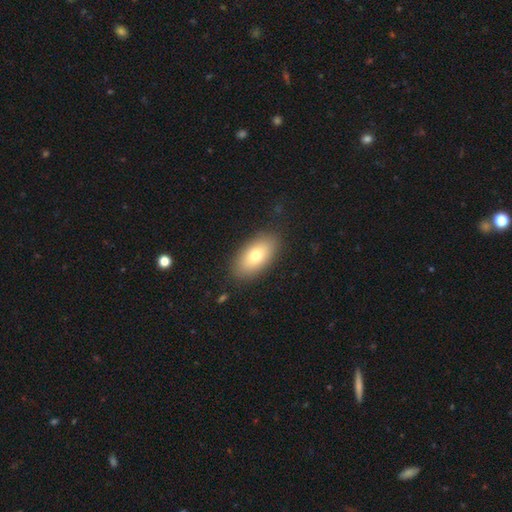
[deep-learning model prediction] smooth 74%, featured or disk 18%, star or artifact 8%. Down the decision tree: how rounded — in between (92%); merging — none (86%).